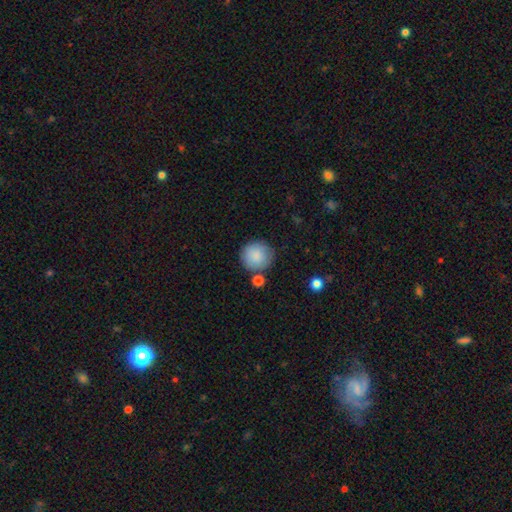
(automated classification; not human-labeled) This appears to be a smooth galaxy with no disk features (87%) that is round (94%). Merging: none (79%).